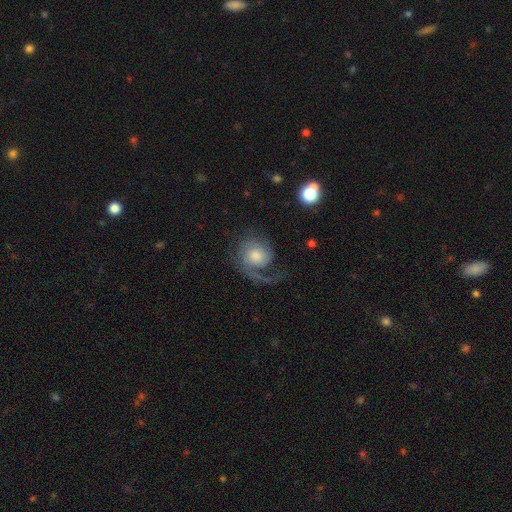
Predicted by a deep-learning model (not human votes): Smooth or featured? Predicted: featured or disk (p=0.74). Edge-on disk? Predicted: no (p=0.98). Bar? Predicted: no (p=0.71). Spiral arms? Predicted: yes (p=0.94). Spiral winding? Predicted: medium (p=0.39). Spiral arm count? Predicted: 1 (p=0.69). Bulge size? Predicted: moderate (p=0.45). Merging? Predicted: none (p=0.52).